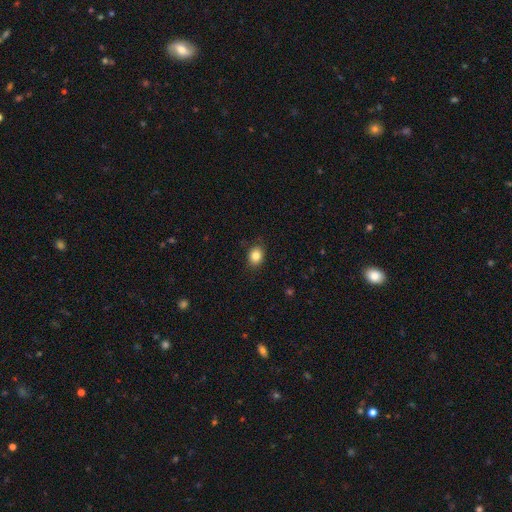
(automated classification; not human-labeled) smooth_or_featured: smooth (p=0.84) [alt: star or artifact p=0.10]
how_rounded: in between (p=0.54) [alt: round p=0.45]
merging: none (p=0.86) [alt: minor disturbance p=0.11]